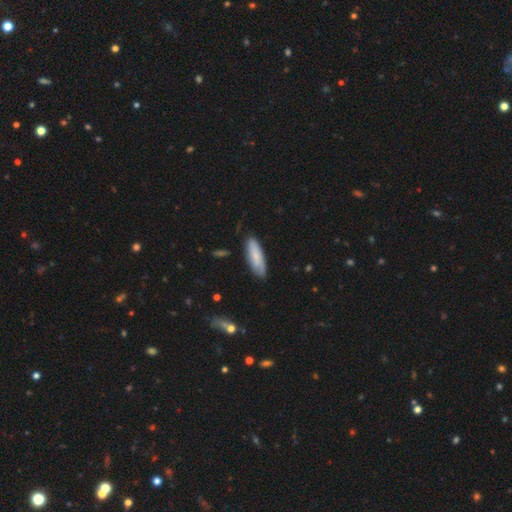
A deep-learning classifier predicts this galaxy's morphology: smooth 70%, featured or disk 25%, star or artifact 6%. Down the decision tree: how rounded — in between (53%); merging — none (79%).